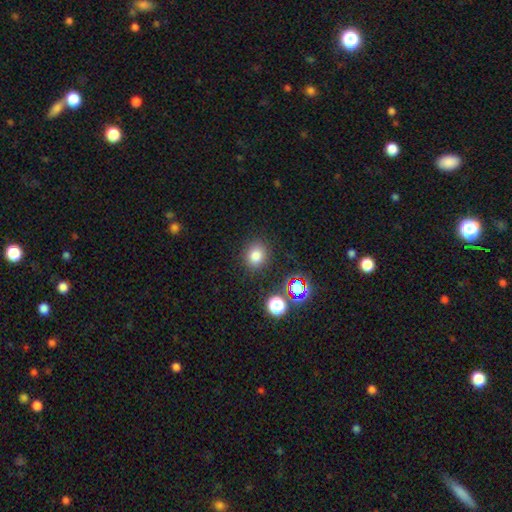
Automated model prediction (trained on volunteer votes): Q: Smooth or featured?
A: smooth (77%); runner-up: star or artifact (16%)
Q: How rounded?
A: round (75%); runner-up: in between (24%)
Q: Merging?
A: none (86%); runner-up: minor disturbance (8%)